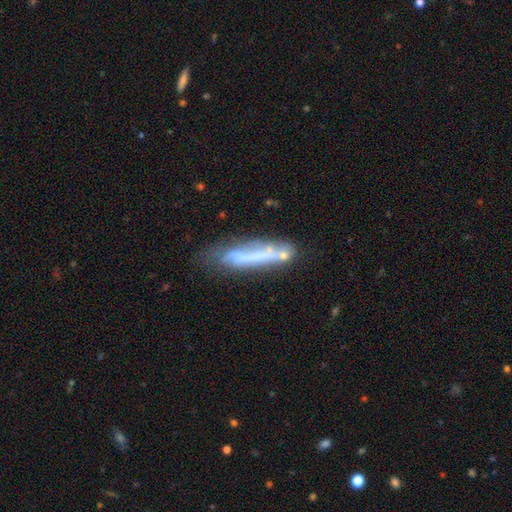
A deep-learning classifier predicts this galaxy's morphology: This is possibly a featured or disk galaxy (48%). Merging: possibly none (46%).